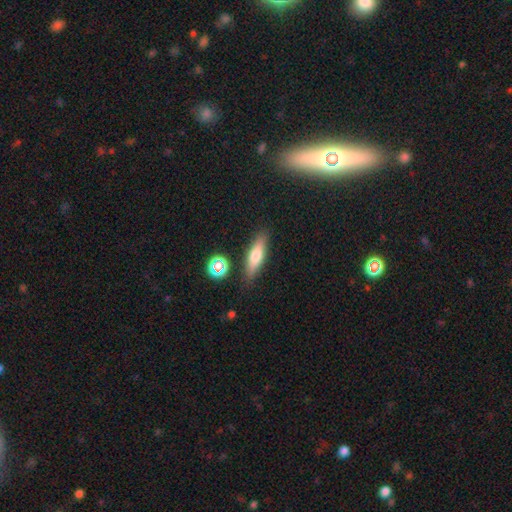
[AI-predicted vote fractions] The model was most divided on "how rounded": cigar-shaped: 60%, in between: 37%, round: 3%. More confident: merging — none (84%); smooth or featured — smooth (64%).